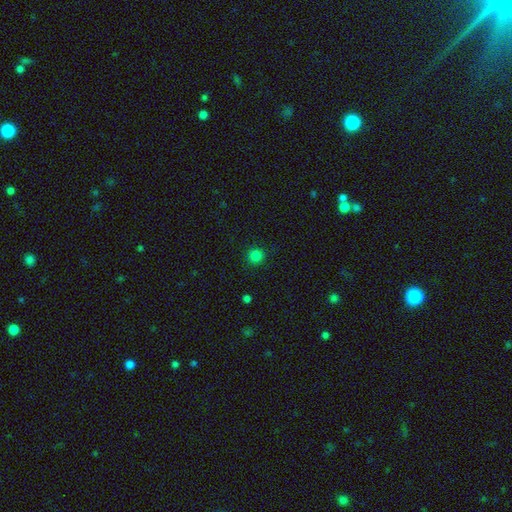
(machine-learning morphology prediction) type=smooth (83%); roundness=round (94%); merging=none (91%).